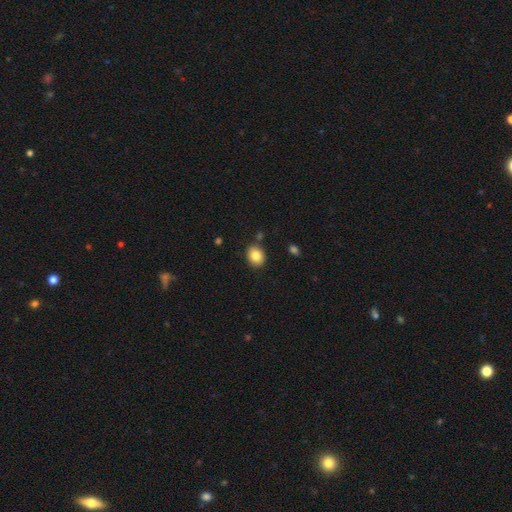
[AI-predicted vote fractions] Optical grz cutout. It shows a smooth galaxy with no disk features (84%) that is round (55%). Merging: none (85%).